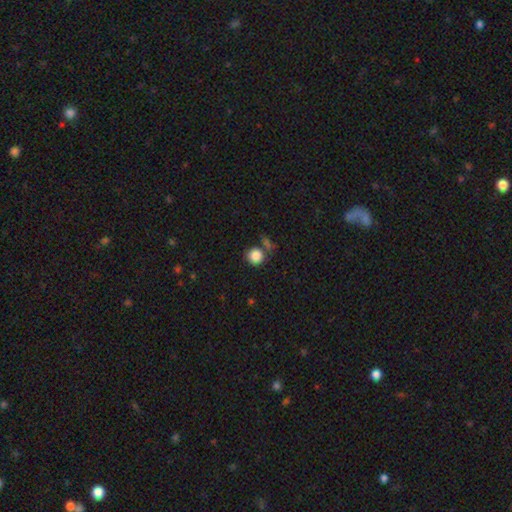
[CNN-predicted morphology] Smooth or featured? smooth (86%)
How rounded? round (90%)
Merging? none (69%)